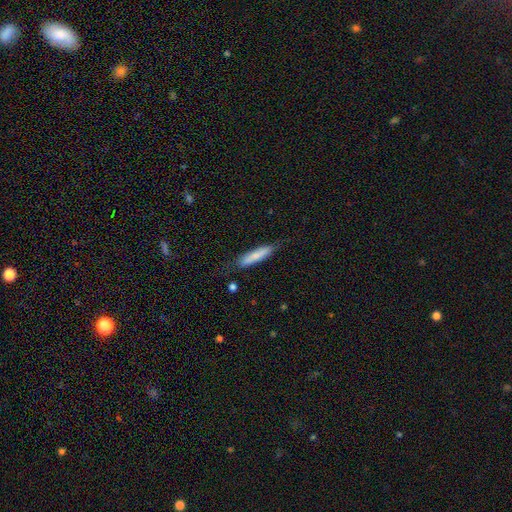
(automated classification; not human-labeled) Smooth or featured? smooth (76%)
How rounded? cigar-shaped (83%)
Merging? none (75%)